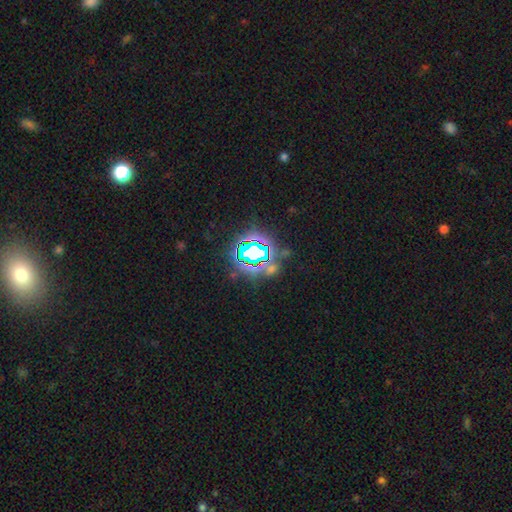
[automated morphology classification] type=star or artifact (75%).